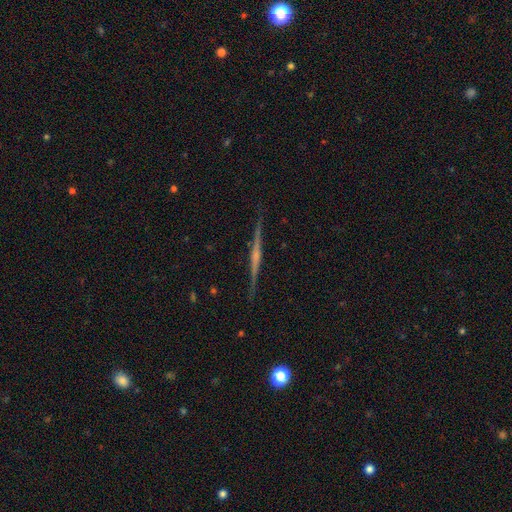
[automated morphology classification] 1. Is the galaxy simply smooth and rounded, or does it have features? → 80% featured or disk, 13% smooth, 6% star or artifact.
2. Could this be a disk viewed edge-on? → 98% yes, 2% no.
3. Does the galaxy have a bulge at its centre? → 52% rounded, 29% none, 20% boxy.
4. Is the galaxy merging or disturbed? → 91% none, 7% minor disturbance, 2% major disturbance, 1% merger.